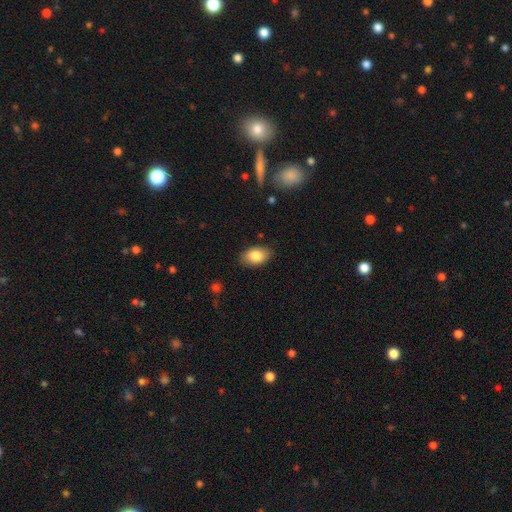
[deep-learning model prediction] Smooth or featured: smooth — 84% (featured or disk — 9%)
How rounded: in between — 91% (round — 8%)
Merging: none — 86% (minor disturbance — 10%)